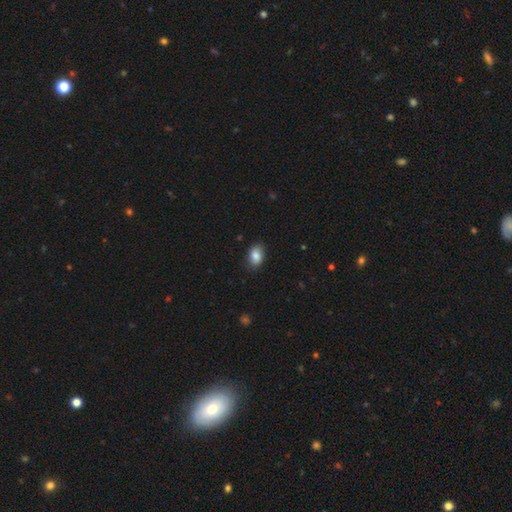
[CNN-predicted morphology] This appears to be a smooth galaxy with no disk features (85%) that is in between round and cigar-shaped (82%). Merging: none (85%).